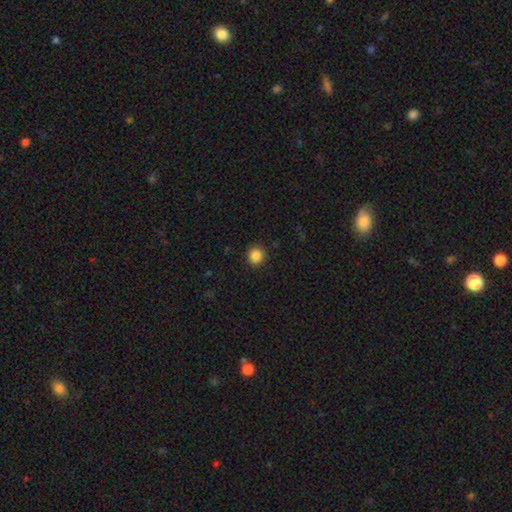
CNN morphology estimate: This is clearly a smooth galaxy (87%). How rounded: clearly round (90%). Merging: clearly none (91%).